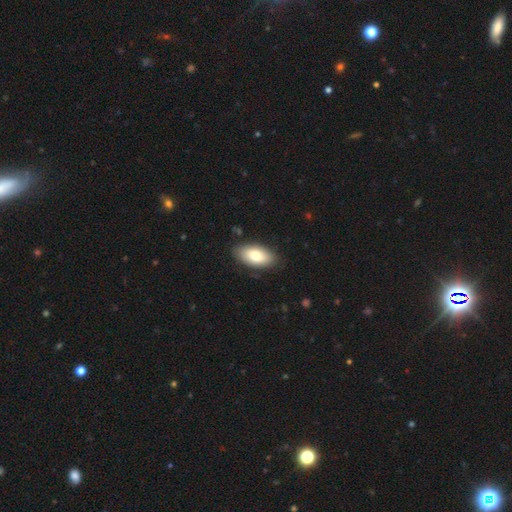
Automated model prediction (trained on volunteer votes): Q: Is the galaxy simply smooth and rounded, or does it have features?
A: smooth — 79%.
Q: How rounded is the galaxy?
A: in between — 94%.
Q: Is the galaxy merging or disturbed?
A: none — 85%.